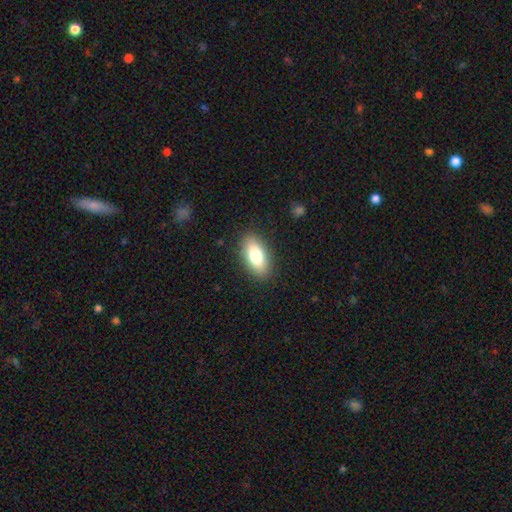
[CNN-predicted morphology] A smooth galaxy with no disk features (77%) that is in between round and cigar-shaped (87%).

Vote fractions:
- Smooth or featured? smooth: 77% / featured or disk: 16% / star or artifact: 7%
- How rounded? in between: 87% / cigar-shaped: 9% / round: 4%
- Merging? none: 88% / minor disturbance: 8% / major disturbance: 2% / merger: 1%